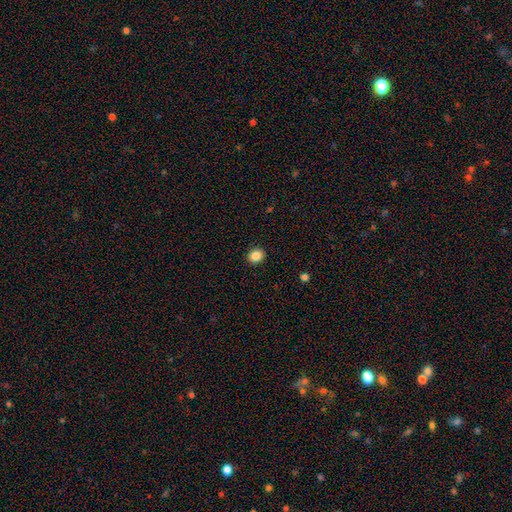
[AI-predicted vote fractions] This appears to be a smooth galaxy with no disk features (85%) that is round (67%). Merging: none (91%).